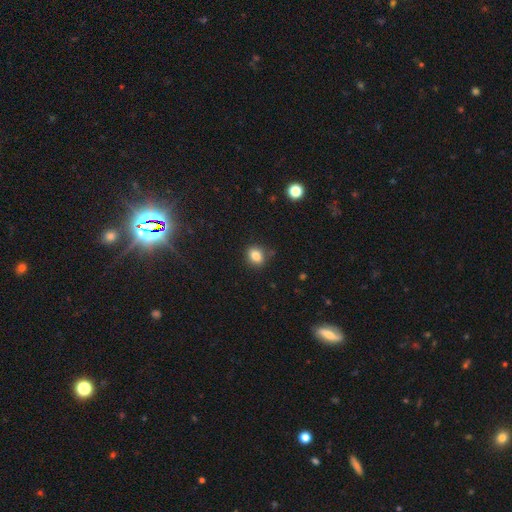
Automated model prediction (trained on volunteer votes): Smooth or featured? Predicted: smooth (p=0.83). How rounded? Predicted: in between (p=0.51). Merging? Predicted: none (p=0.82).